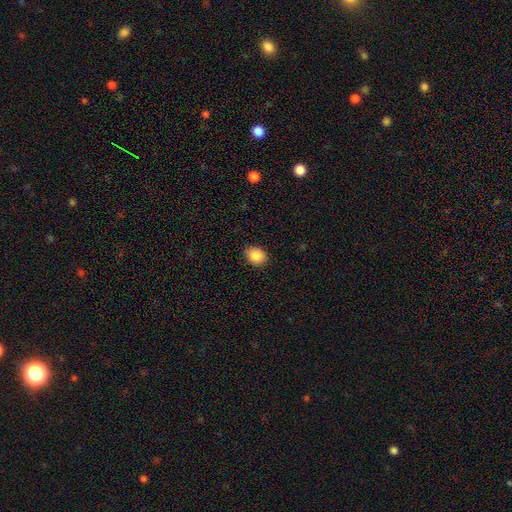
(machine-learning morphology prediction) Overall: smooth (88%). How rounded: in between (51%; round 48%). Merging: none (86%).